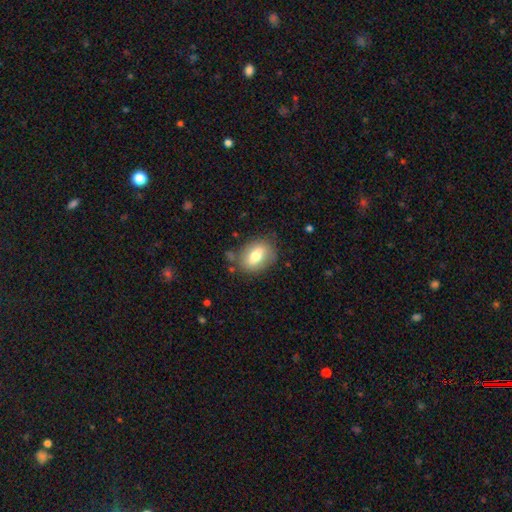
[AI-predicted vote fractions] smooth-or-featured: smooth: 69% | featured or disk: 23% | star or artifact: 8%
  how-rounded: in between: 72% | round: 26% | cigar-shaped: 3%
  merging: none: 78% | minor disturbance: 14% | major disturbance: 4% | merger: 3%